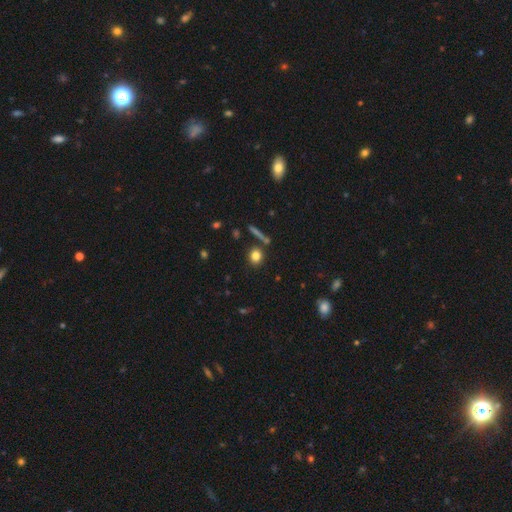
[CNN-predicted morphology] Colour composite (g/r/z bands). It shows a smooth galaxy with no disk features (80%) that is round (71%). Merging: none (79%).